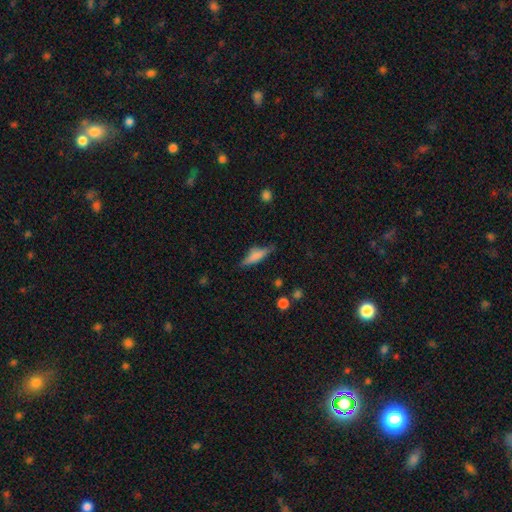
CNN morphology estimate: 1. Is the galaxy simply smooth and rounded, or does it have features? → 60% smooth, 32% featured or disk, 8% star or artifact.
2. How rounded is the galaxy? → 61% cigar-shaped, 37% in between, 3% round.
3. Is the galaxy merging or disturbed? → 73% none, 19% minor disturbance, 5% major disturbance, 3% merger.